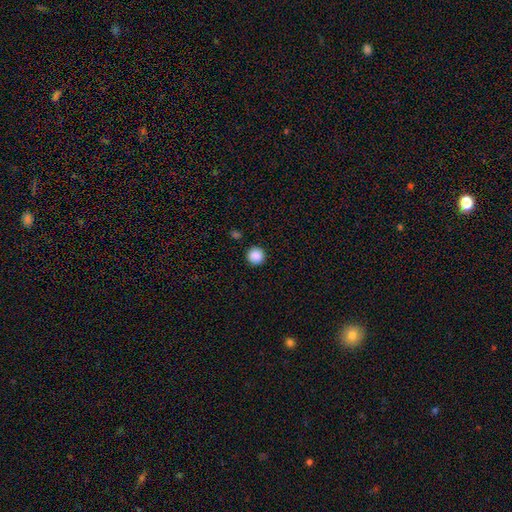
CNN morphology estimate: Smooth or featured? smooth (88%)
How rounded? round (96%)
Merging? none (93%)